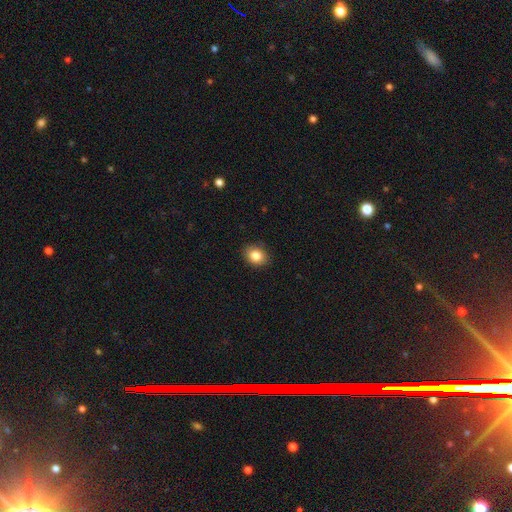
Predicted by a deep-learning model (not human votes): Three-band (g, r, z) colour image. It shows a smooth galaxy with no disk features (84%) that is in between round and cigar-shaped (50%). Merging: none (88%).